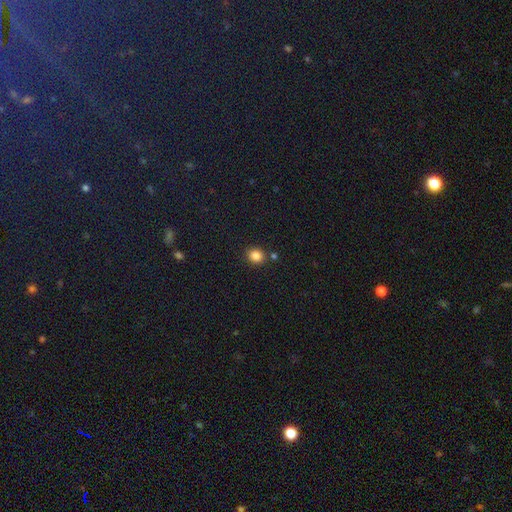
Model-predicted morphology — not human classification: This appears to be a smooth galaxy with no disk features (85%) that is round (76%). Merging: none (83%).